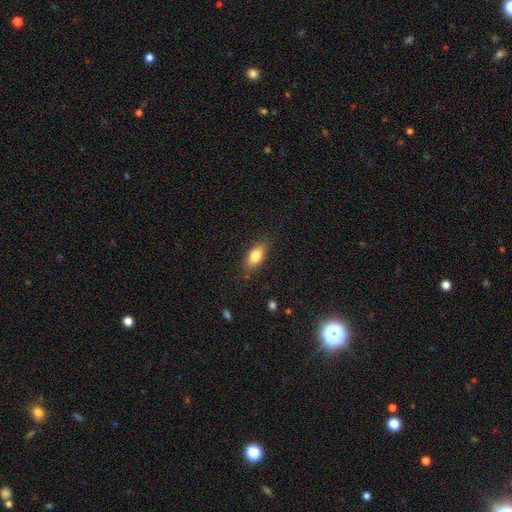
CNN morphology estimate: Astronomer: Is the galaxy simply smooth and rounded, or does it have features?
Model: smooth — 78%.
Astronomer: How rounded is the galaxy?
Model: in between — 84%.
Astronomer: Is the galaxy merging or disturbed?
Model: none — 84%.